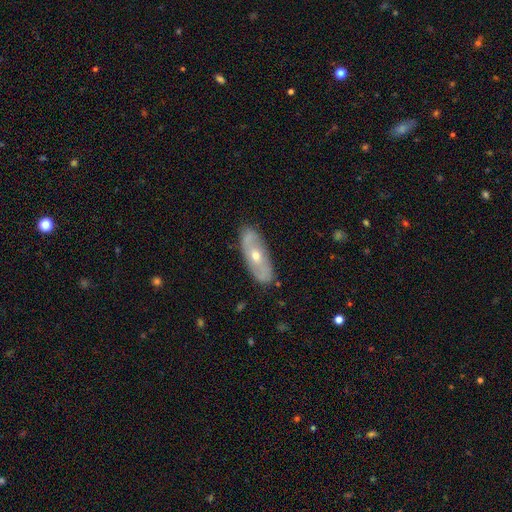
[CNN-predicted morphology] Overall: featured or disk (57%; smooth 37%). Edge-on disk: no (76%). Merging: none (84%).